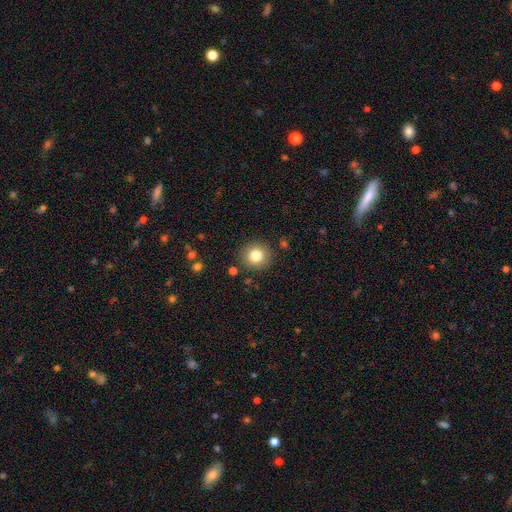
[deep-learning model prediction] A smooth galaxy with no disk features (81%) that is round (90%).

Vote fractions:
- Smooth or featured? smooth: 81% / star or artifact: 11% / featured or disk: 8%
- How rounded? round: 90% / in between: 9% / cigar-shaped: 1%
- Merging? none: 88% / minor disturbance: 8% / major disturbance: 3% / merger: 2%